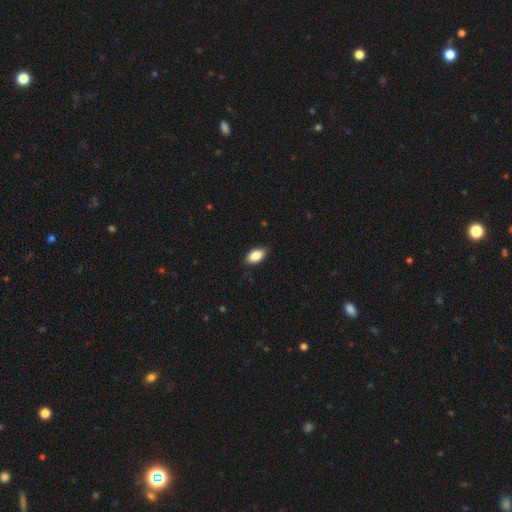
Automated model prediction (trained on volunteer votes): Smooth or featured? Predicted: smooth (p=0.84). How rounded? Predicted: in between (p=0.91). Merging? Predicted: none (p=0.83).